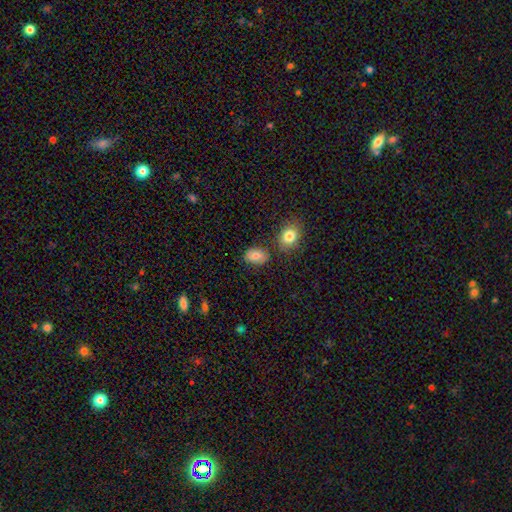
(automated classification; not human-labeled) This appears to be a smooth galaxy with no disk features (81%) that is in between round and cigar-shaped (82%). Merging: none (78%).